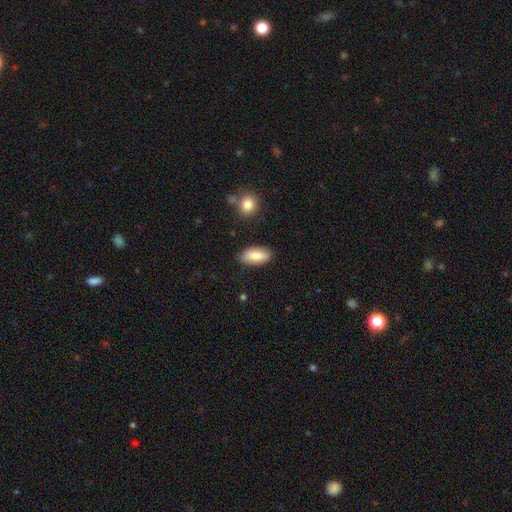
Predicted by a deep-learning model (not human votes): Smooth or featured? smooth (84%)
How rounded? in between (89%)
Merging? none (84%)